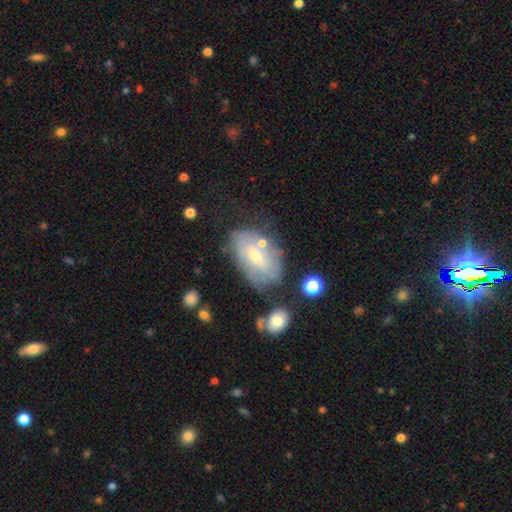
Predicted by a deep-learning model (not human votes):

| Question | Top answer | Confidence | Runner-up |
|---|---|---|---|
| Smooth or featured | featured or disk | 56% | smooth (36%) |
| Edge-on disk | no | 93% | yes (7%) |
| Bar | no | 53% | weak (37%) |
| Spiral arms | yes | 62% | no (38%) |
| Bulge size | small | 61% | moderate (34%) |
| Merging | none | 56% | minor disturbance (23%) |